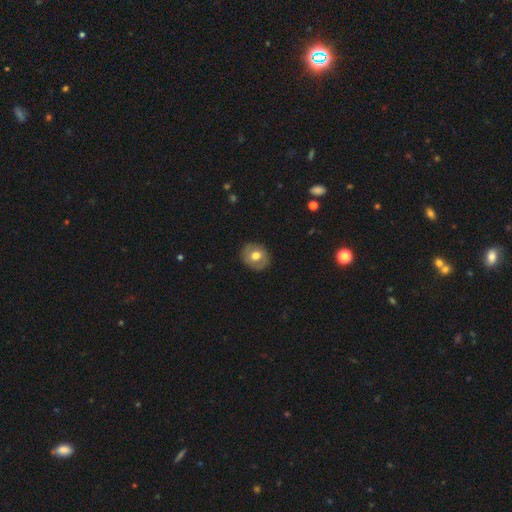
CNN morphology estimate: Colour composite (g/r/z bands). It shows a smooth galaxy with no disk features (61%) that is round (73%). Merging: none (85%).